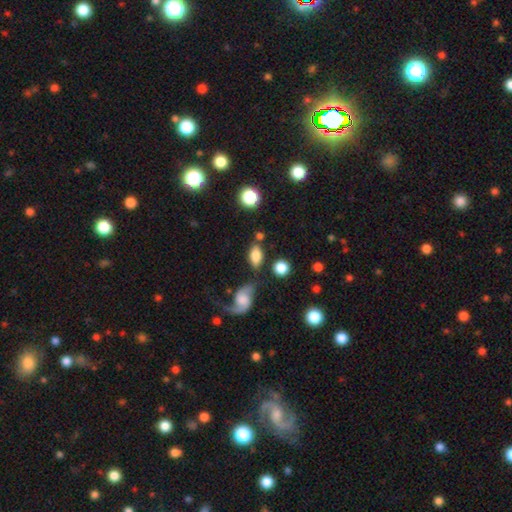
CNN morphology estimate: Overall: smooth (74%). How rounded: in between (86%). Merging: none (62%).